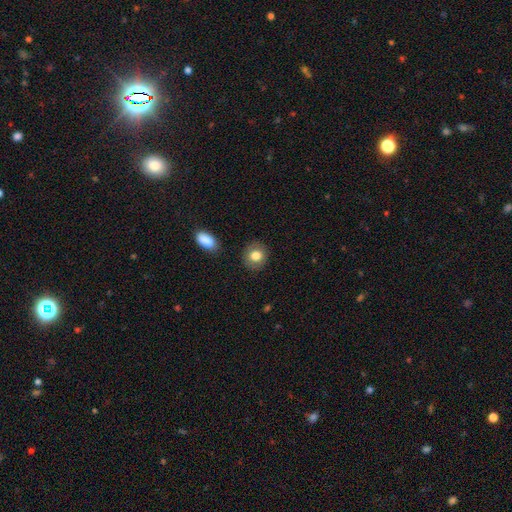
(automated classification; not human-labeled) The model was most divided on "how rounded": round: 80%, in between: 19%, cigar-shaped: 1%. More confident: merging — none (87%); smooth or featured — smooth (79%).